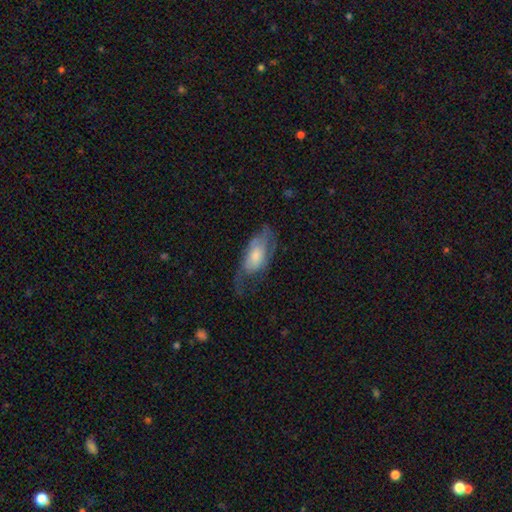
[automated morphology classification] A featured or disk galaxy (49%). Merging: none (36%).